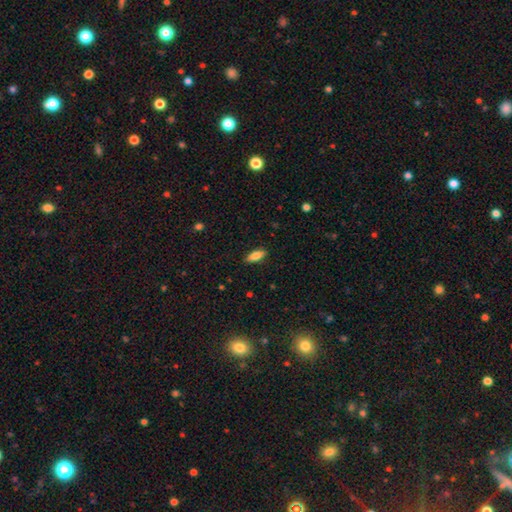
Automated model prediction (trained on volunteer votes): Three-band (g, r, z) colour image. It shows a smooth galaxy with no disk features (84%) that is in between round and cigar-shaped (80%). Merging: none (88%).